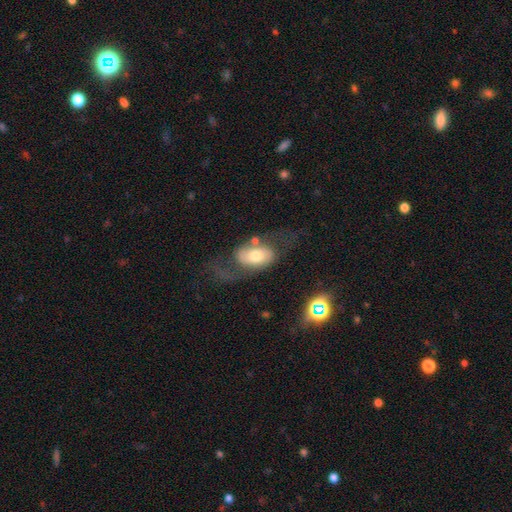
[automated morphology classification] Q: Smooth or featured?
A: featured or disk (57%); runner-up: smooth (35%)
Q: Edge-on disk?
A: no (93%); runner-up: yes (7%)
Q: Bar?
A: no (65%); runner-up: weak (25%)
Q: Spiral arms?
A: yes (77%); runner-up: no (23%)
Q: Bulge size?
A: moderate (59%); runner-up: small (18%)
Q: Merging?
A: none (46%); runner-up: major disturbance (30%)